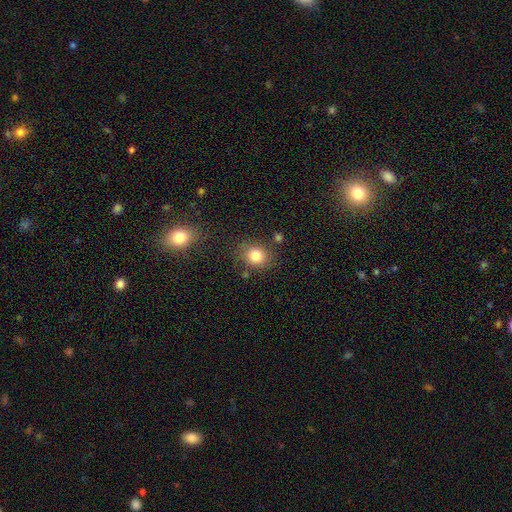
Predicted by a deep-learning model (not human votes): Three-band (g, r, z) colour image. It shows a smooth galaxy with no disk features (82%) that is round (69%). Merging: none (77%).